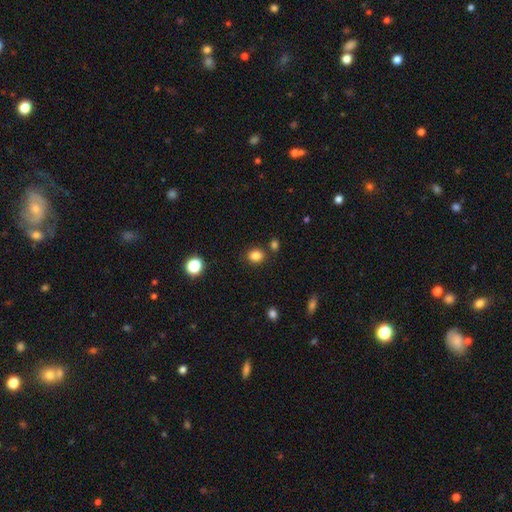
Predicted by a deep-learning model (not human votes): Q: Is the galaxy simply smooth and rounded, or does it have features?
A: smooth — 83%.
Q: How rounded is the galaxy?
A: round — 63%.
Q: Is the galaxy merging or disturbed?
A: none — 81%.